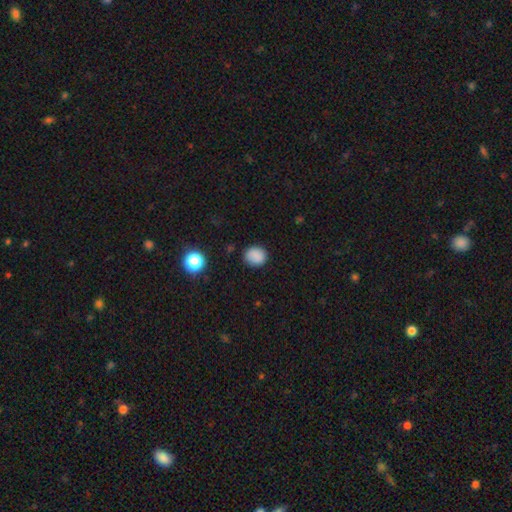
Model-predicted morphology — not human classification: This appears to be a smooth galaxy with no disk features (86%) that is round (74%). Merging: none (85%).